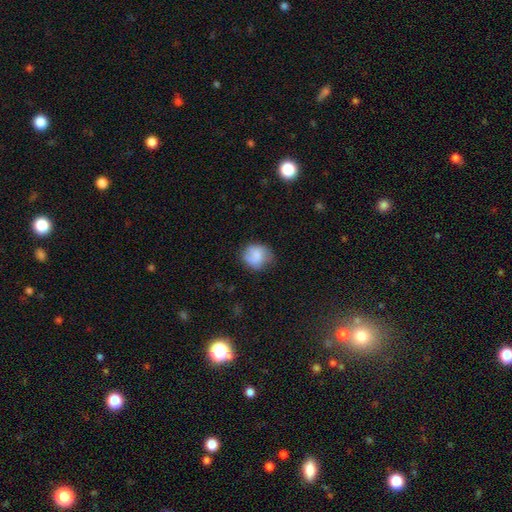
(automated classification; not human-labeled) Morphology: type=smooth (71%); roundness=round (75%); merging=none (61%).